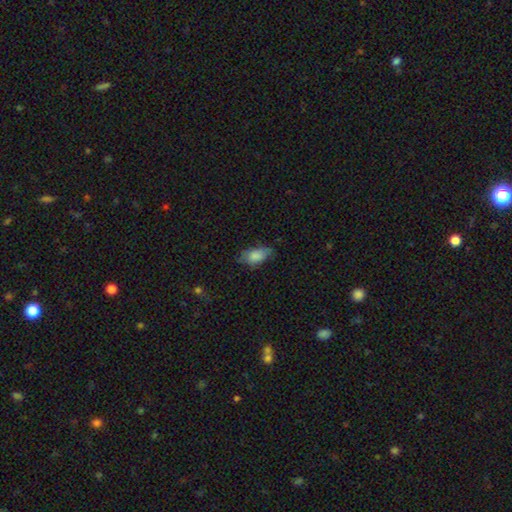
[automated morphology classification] Smooth or featured? Predicted: smooth (p=0.80). How rounded? Predicted: in between (p=0.91). Merging? Predicted: none (p=0.56).